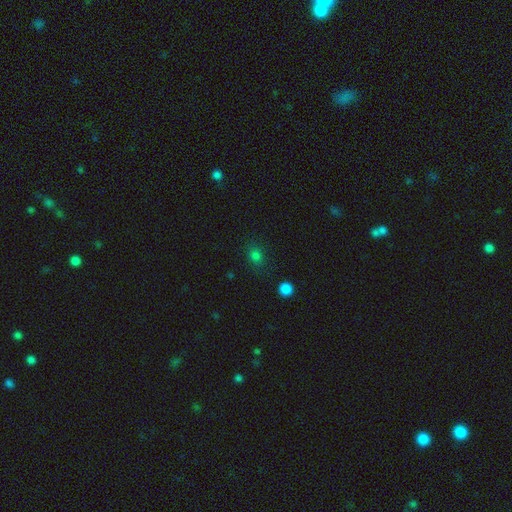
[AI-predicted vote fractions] A smooth galaxy with no disk features (77%) that is round (60%). Merging: none (82%).